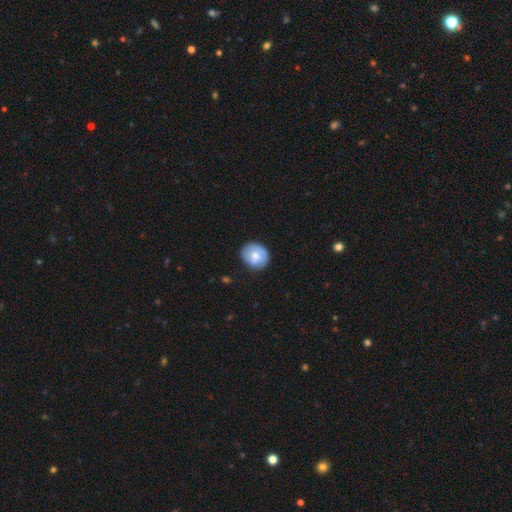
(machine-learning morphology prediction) smooth-or-featured: smooth: 69% | featured or disk: 24% | star or artifact: 7%
  how-rounded: round: 77% | in between: 22% | cigar-shaped: 1%
  merging: none: 75% | minor disturbance: 19% | major disturbance: 4% | merger: 2%